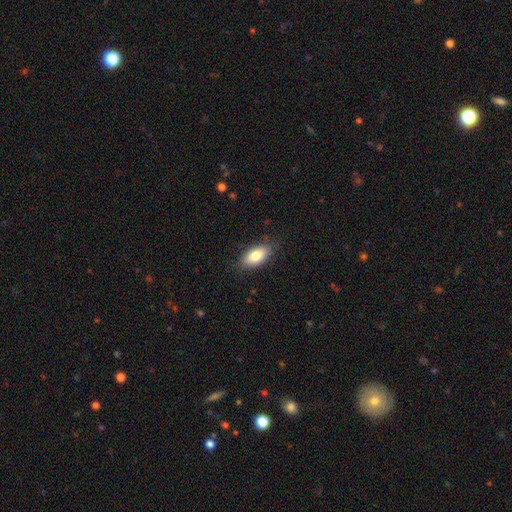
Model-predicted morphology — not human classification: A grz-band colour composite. It shows a smooth galaxy with no disk features (81%) that is in between round and cigar-shaped (89%). Merging: none (83%).